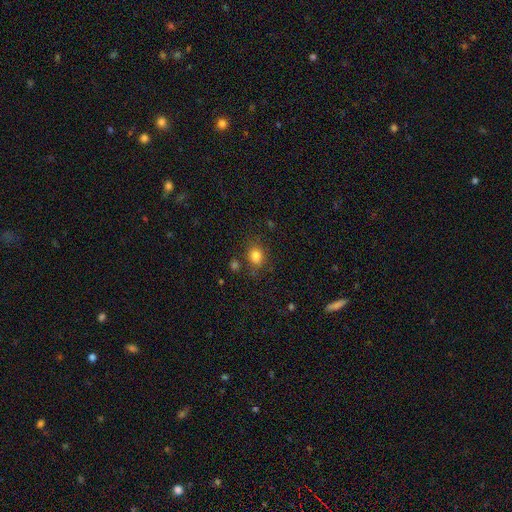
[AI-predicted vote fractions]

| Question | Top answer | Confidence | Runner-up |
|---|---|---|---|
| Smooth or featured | smooth | 81% | star or artifact (12%) |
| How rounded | round | 56% | in between (43%) |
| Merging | none | 74% | minor disturbance (15%) |